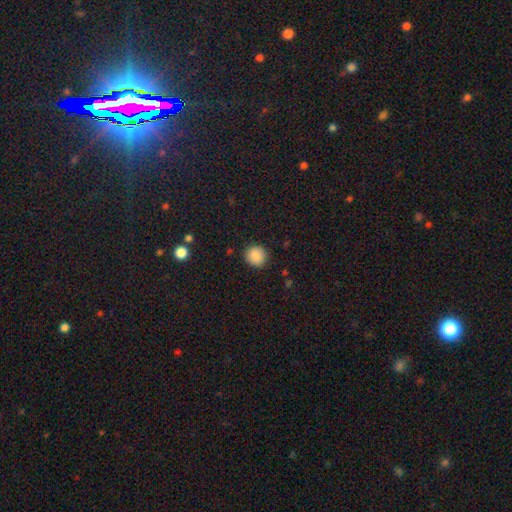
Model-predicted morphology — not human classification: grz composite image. It shows a smooth galaxy with no disk features (88%) that is round (92%). Merging: none (89%).